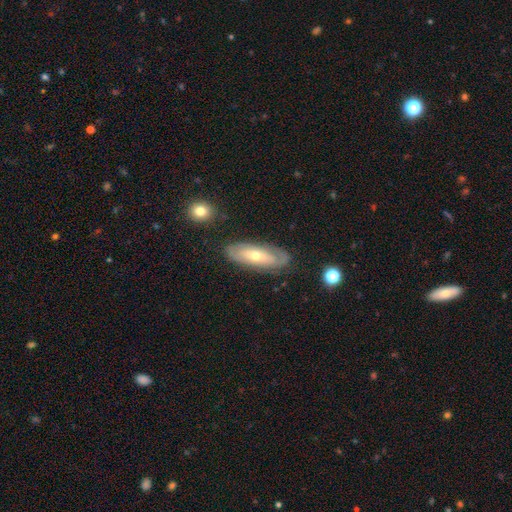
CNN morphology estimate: The model was most divided on "smooth or featured": featured or disk: 61%, smooth: 33%, star or artifact: 7%. More confident: edge-on disk — no (79%); merging — none (79%).